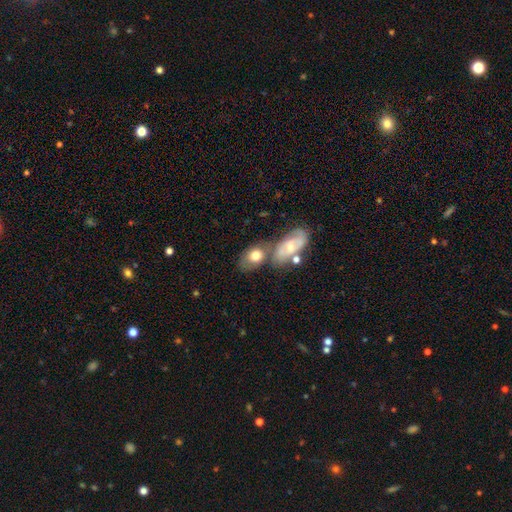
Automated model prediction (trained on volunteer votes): Q: Smooth or featured?
A: smooth (63%); runner-up: featured or disk (30%)
Q: How rounded?
A: in between (79%); runner-up: round (19%)
Q: Merging?
A: merger (41%); runner-up: none (37%)